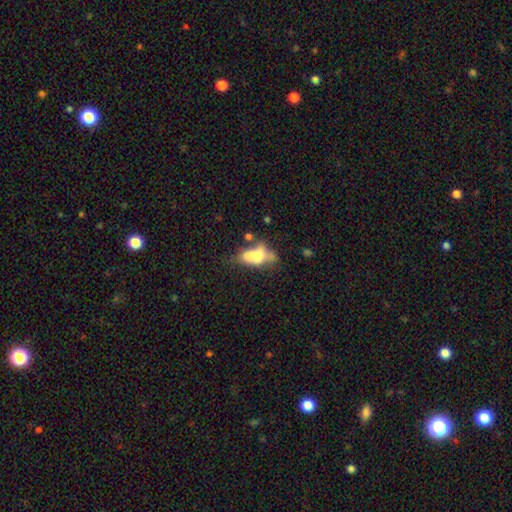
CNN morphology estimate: smooth_or_featured: smooth (p=0.56) [alt: featured or disk p=0.33]
how_rounded: in between (p=0.77) [alt: cigar-shaped p=0.17]
merging: merger (p=0.31) [alt: none p=0.25]